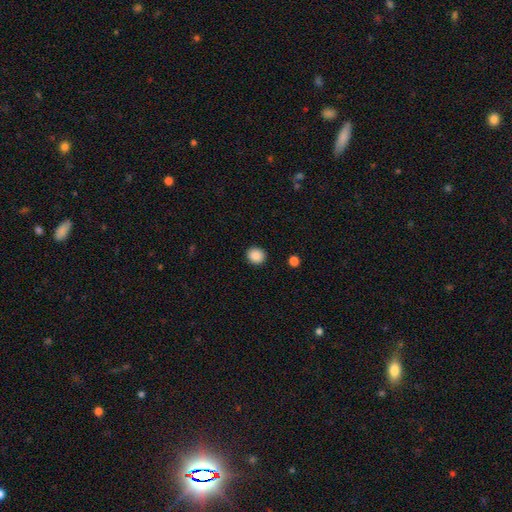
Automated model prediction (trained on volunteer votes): Smooth or featured? Predicted: smooth (p=0.88). How rounded? Predicted: round (p=0.81). Merging? Predicted: none (p=0.91).